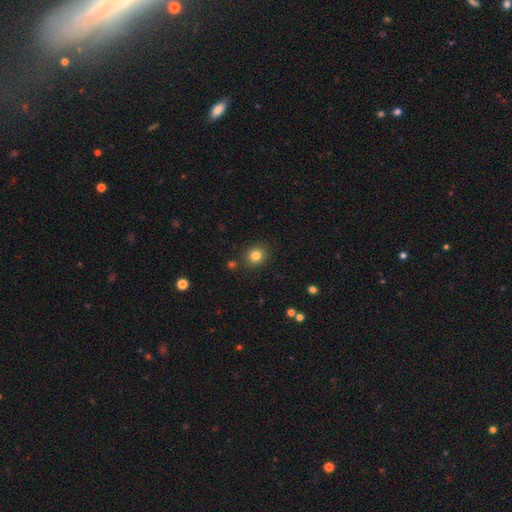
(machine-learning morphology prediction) smooth 82%, star or artifact 12%, featured or disk 6%. Down the decision tree: how rounded — round (78%); merging — none (87%).